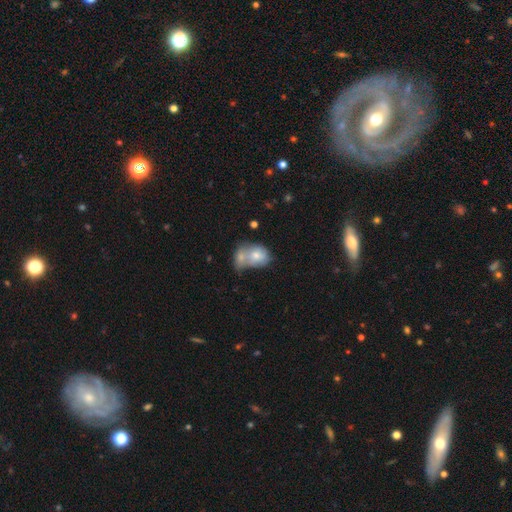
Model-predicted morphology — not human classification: Smooth or featured? smooth (69%)
How rounded? in between (61%)
Merging? merger (66%)